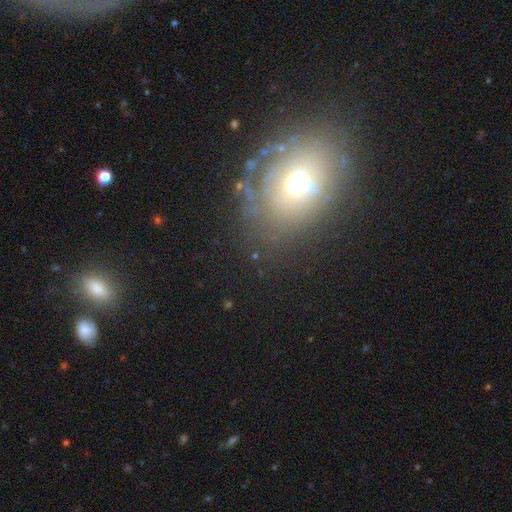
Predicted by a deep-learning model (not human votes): Smooth or featured? Predicted: smooth (p=0.41). Merging? Predicted: none (p=0.70).